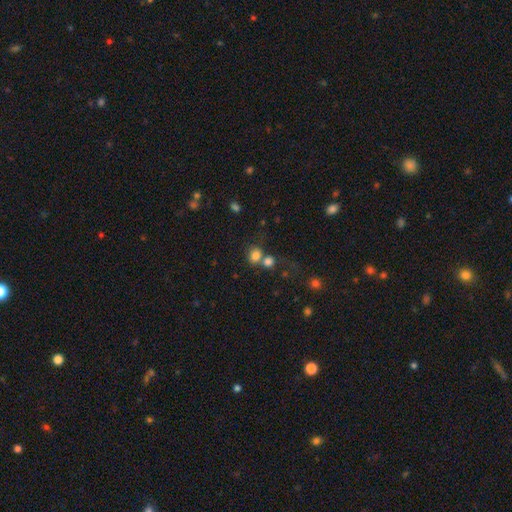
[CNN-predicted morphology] smooth_or_featured: smooth (p=0.80) [alt: star or artifact p=0.12]
how_rounded: round (p=0.67) [alt: in between p=0.32]
merging: none (p=0.44) [alt: merger p=0.40]